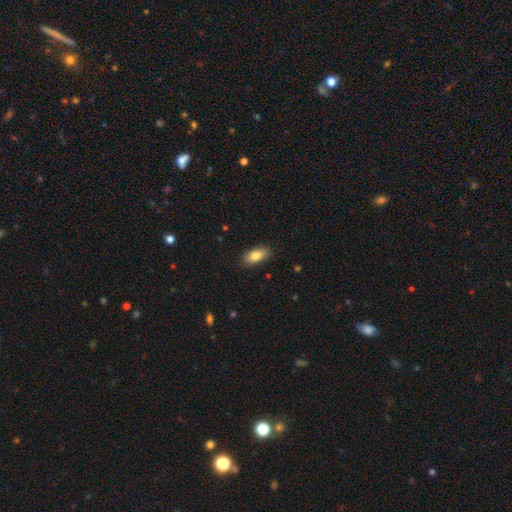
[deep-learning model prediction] Smooth or featured?
  - smooth: 84% *
  - featured or disk: 10%
  - star or artifact: 7%
How rounded?
  - in between: 87% *
  - cigar-shaped: 10%
  - round: 3%
Merging?
  - none: 87% *
  - minor disturbance: 10%
  - major disturbance: 2%
  - merger: 1%